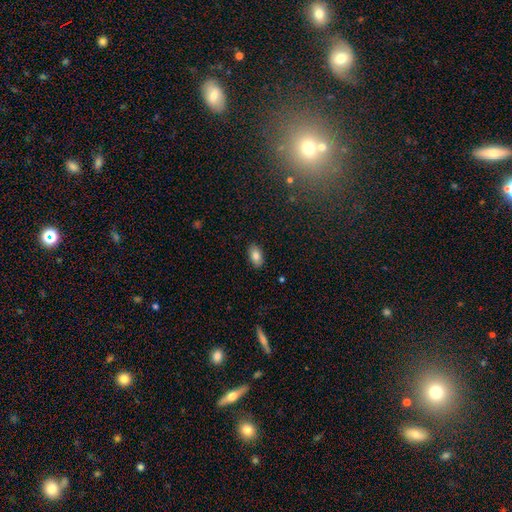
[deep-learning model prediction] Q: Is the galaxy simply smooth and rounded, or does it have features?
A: smooth — 83%.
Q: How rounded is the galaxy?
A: in between — 93%.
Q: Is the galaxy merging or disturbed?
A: none — 88%.